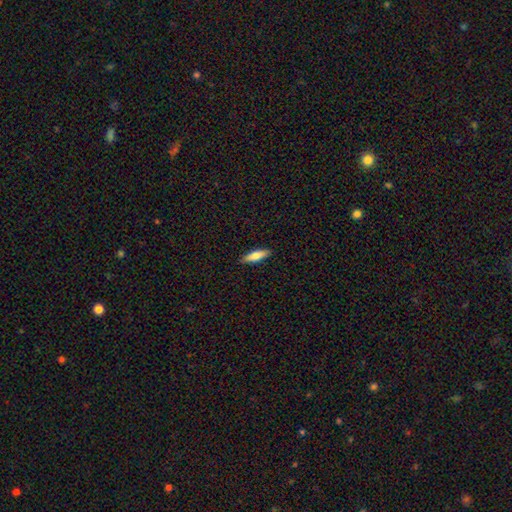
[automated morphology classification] A smooth galaxy with no disk features (76%) that is cigar-shaped (62%). Merging: none (90%).